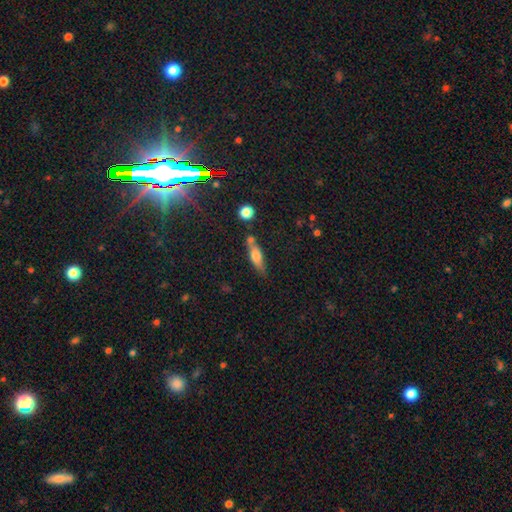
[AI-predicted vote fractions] Smooth or featured?
  - smooth: 58% *
  - featured or disk: 33%
  - star or artifact: 8%
How rounded?
  - cigar-shaped: 53% *
  - in between: 42%
  - round: 4%
Merging?
  - none: 63% *
  - minor disturbance: 17%
  - merger: 15%
  - major disturbance: 5%